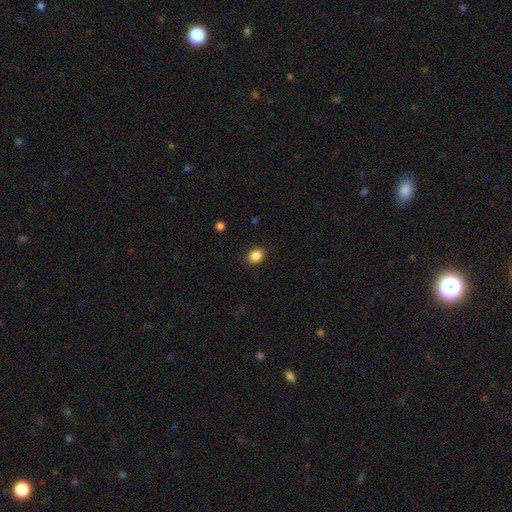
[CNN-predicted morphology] type=smooth (88%); roundness=in between (64%); merging=none (89%).